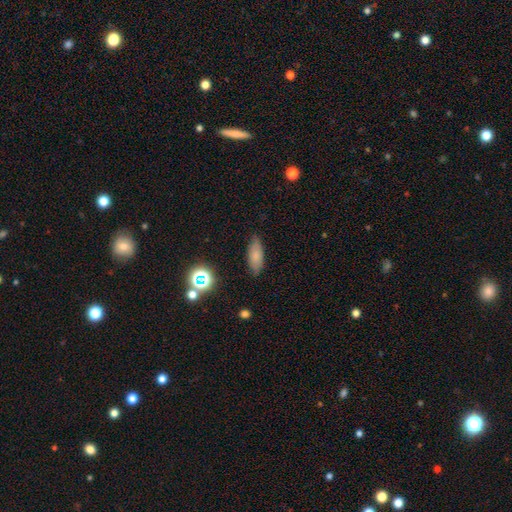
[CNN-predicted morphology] Overall: smooth (79%). How rounded: in between (74%). Merging: none (83%).